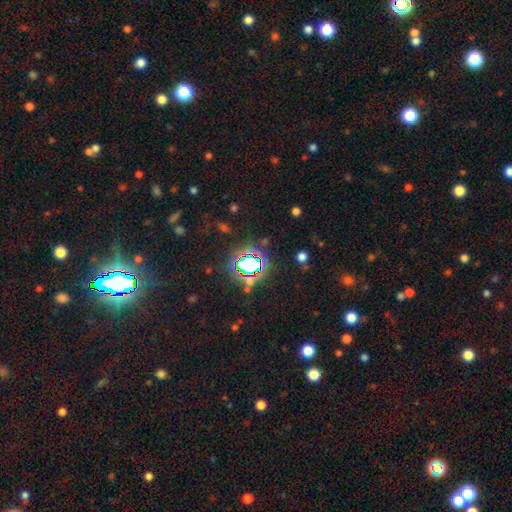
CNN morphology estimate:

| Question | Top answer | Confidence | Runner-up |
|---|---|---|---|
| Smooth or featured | star or artifact | 81% | smooth (12%) |